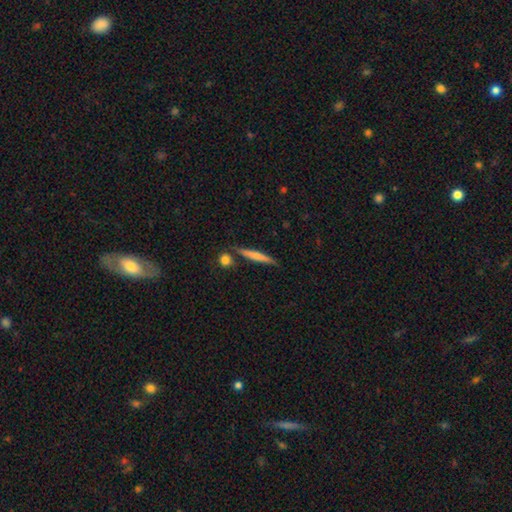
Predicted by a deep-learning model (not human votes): smooth-or-featured: smooth: 64% | featured or disk: 30% | star or artifact: 6%
  how-rounded: cigar-shaped: 92% | in between: 6% | round: 3%
  merging: none: 80% | minor disturbance: 11% | merger: 7% | major disturbance: 3%